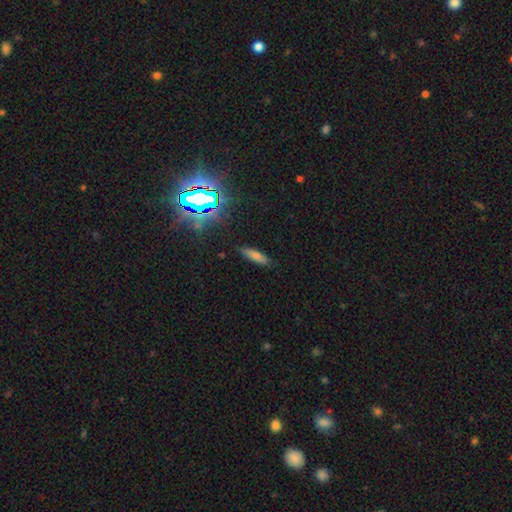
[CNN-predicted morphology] This is possibly a smooth galaxy (58%). How rounded: likely cigar-shaped (62%). Merging: clearly none (87%).